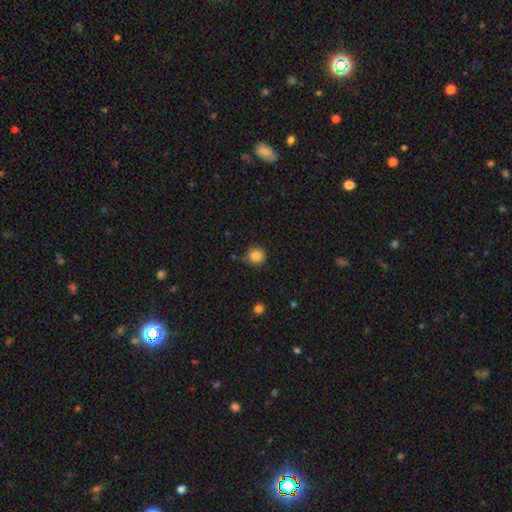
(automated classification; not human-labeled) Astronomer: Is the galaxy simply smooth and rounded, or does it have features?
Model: smooth — 85%.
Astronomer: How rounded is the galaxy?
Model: round — 94%.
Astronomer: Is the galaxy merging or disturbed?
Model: none — 79%.